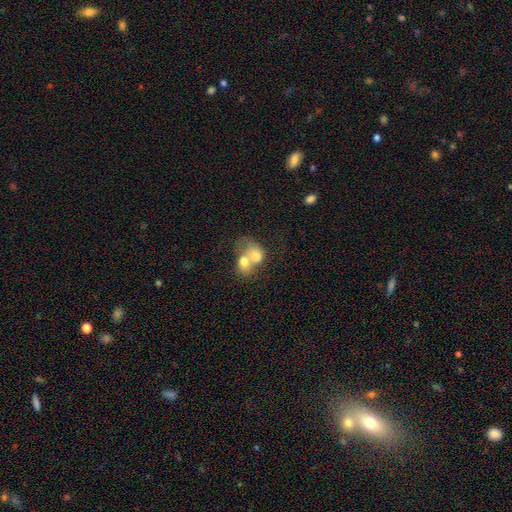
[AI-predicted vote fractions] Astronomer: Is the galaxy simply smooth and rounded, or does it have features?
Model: smooth — 64%.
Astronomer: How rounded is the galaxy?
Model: in between — 58% (runner-up: round, 41%).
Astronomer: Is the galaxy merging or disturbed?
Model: merger — 77%.